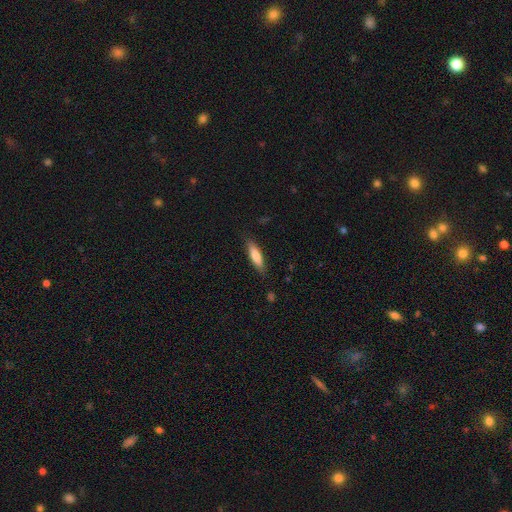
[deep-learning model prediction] smooth-or-featured: smooth: 75% | featured or disk: 19% | star or artifact: 6%
  how-rounded: cigar-shaped: 64% | in between: 35% | round: 2%
  merging: none: 85% | minor disturbance: 12% | major disturbance: 2% | merger: 1%